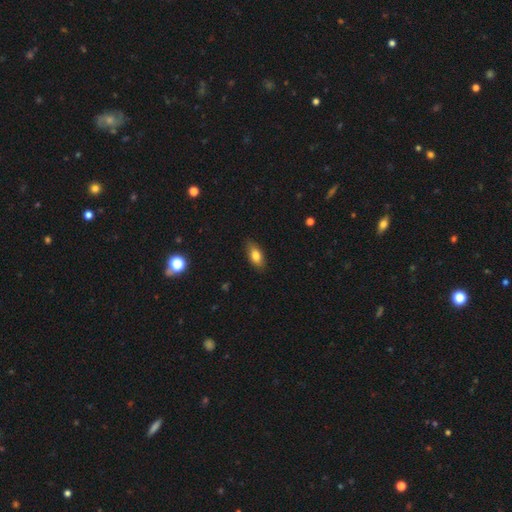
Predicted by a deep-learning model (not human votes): smooth 80%, featured or disk 13%, star or artifact 8%. Down the decision tree: how rounded — in between (87%); merging — none (84%).